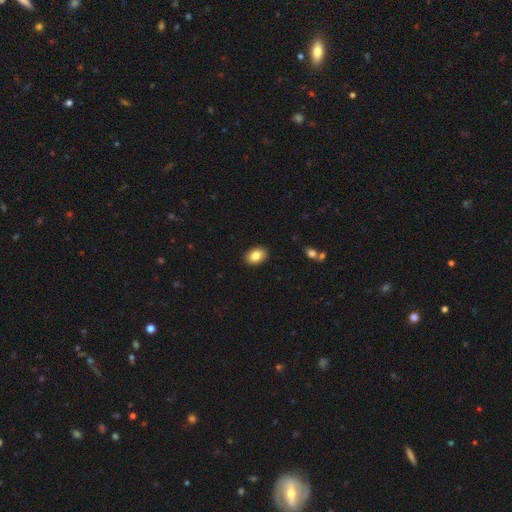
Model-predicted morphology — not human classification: smooth_or_featured: smooth (p=0.84) [alt: star or artifact p=0.08]
how_rounded: in between (p=0.81) [alt: round p=0.17]
merging: none (p=0.90) [alt: minor disturbance p=0.07]